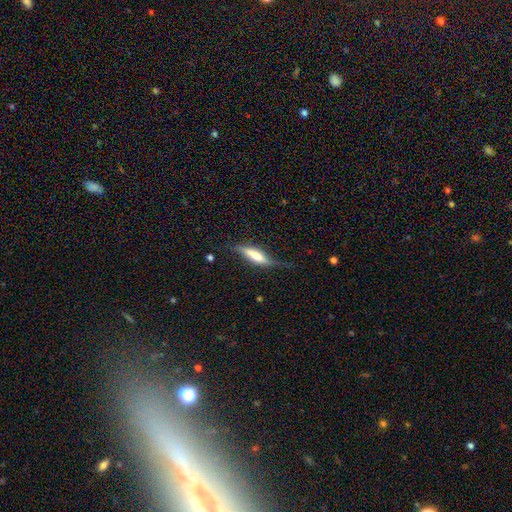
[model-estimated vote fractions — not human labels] Overall: smooth (55%; featured or disk 39%). How rounded: cigar-shaped (68%; in between 30%). Merging: none (45%; minor disturbance 33%).